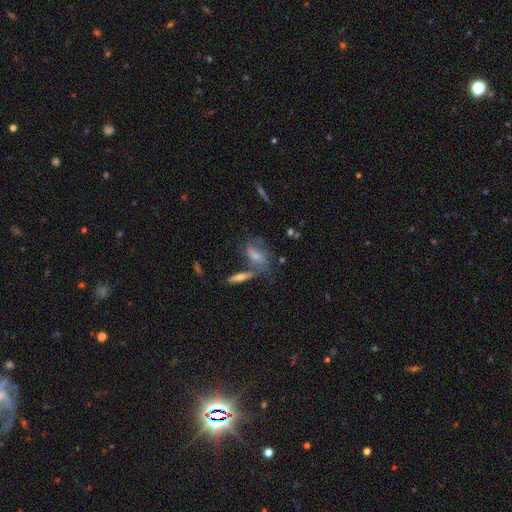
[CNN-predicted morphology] Q: Smooth or featured?
A: smooth (49%); runner-up: featured or disk (40%)
Q: Merging?
A: none (43%); runner-up: merger (25%)